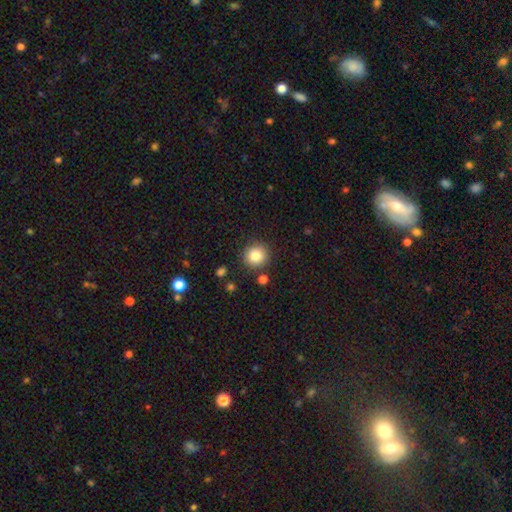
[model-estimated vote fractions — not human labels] Smooth or featured? Predicted: smooth (p=0.83). How rounded? Predicted: round (p=0.92). Merging? Predicted: none (p=0.87).